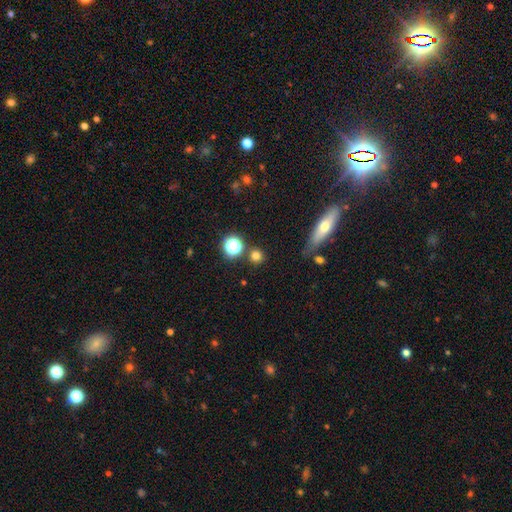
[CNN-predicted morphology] type=smooth (76%); roundness=round (91%); merging=none (83%).